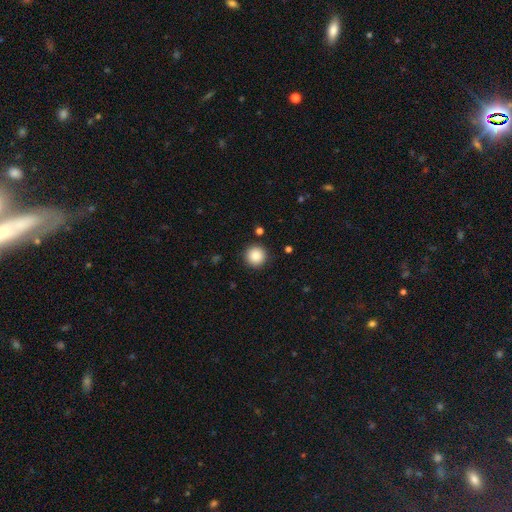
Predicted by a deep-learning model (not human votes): A smooth galaxy with no disk features (87%) that is round (96%). Merging: none (90%).